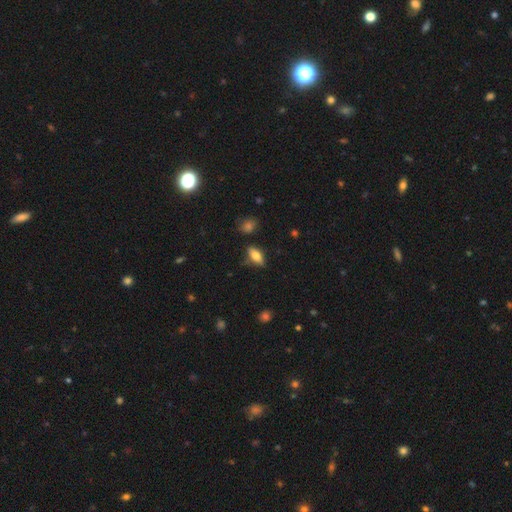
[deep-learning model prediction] This is likely a smooth galaxy (76%). How rounded: clearly in between (84%). Merging: likely none (74%).